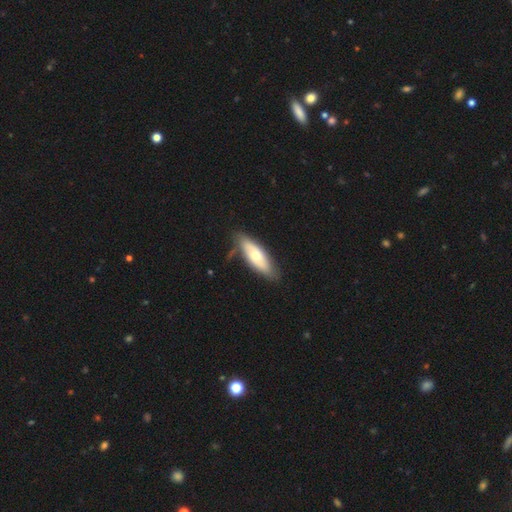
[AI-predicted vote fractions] smooth_or_featured: smooth (p=0.57) [alt: featured or disk p=0.37]
how_rounded: in between (p=0.62) [alt: cigar-shaped p=0.35]
merging: none (p=0.70) [alt: minor disturbance p=0.20]